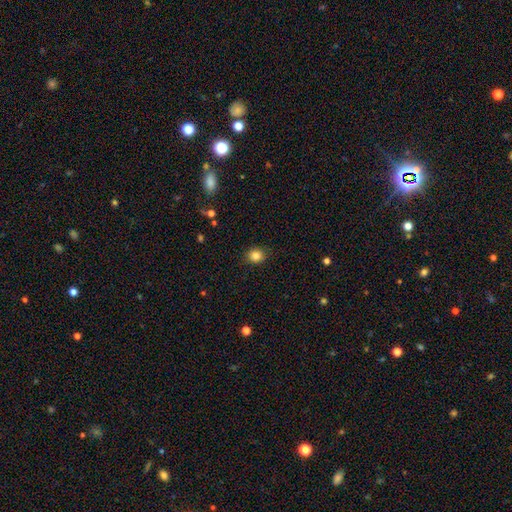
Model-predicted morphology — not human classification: Smooth or featured? smooth (84%)
How rounded? round (76%)
Merging? none (89%)